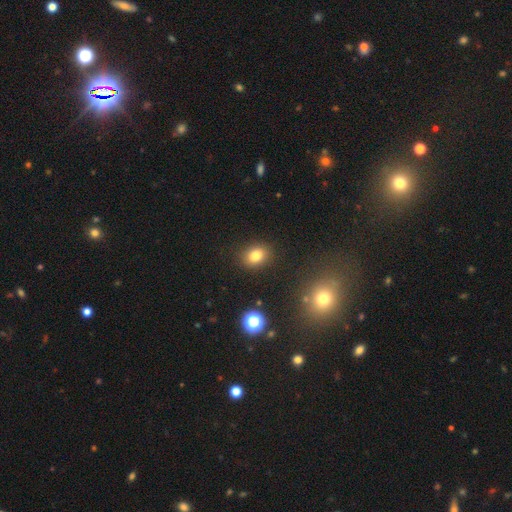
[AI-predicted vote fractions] smooth_or_featured: smooth (p=0.79) [alt: star or artifact p=0.13]
how_rounded: in between (p=0.57) [alt: round p=0.42]
merging: none (p=0.87) [alt: minor disturbance p=0.08]